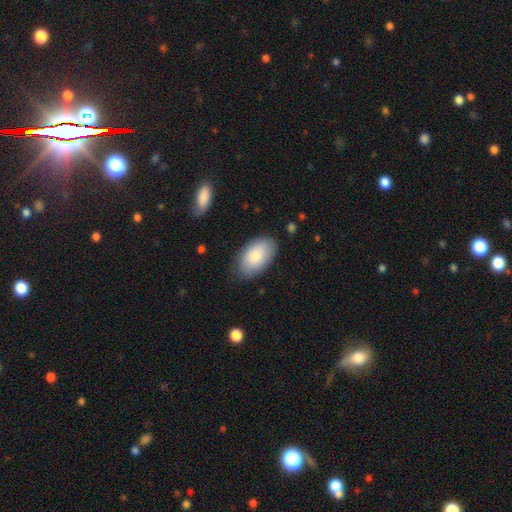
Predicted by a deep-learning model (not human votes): Smooth or featured: smooth — 80% (featured or disk — 14%)
How rounded: in between — 94% (round — 5%)
Merging: none — 81% (minor disturbance — 15%)